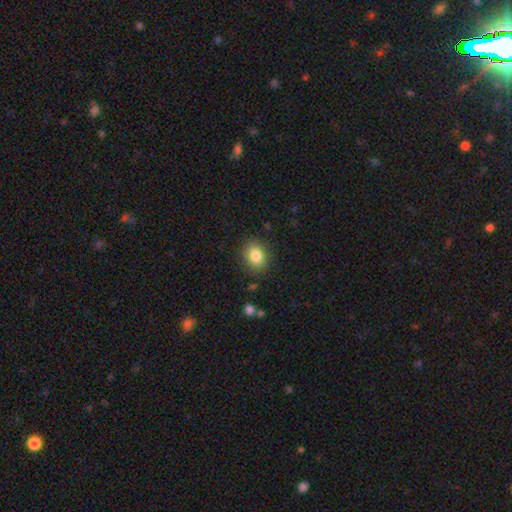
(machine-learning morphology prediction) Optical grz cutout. It shows a smooth galaxy with no disk features (83%) that is round (54%). Merging: none (86%).